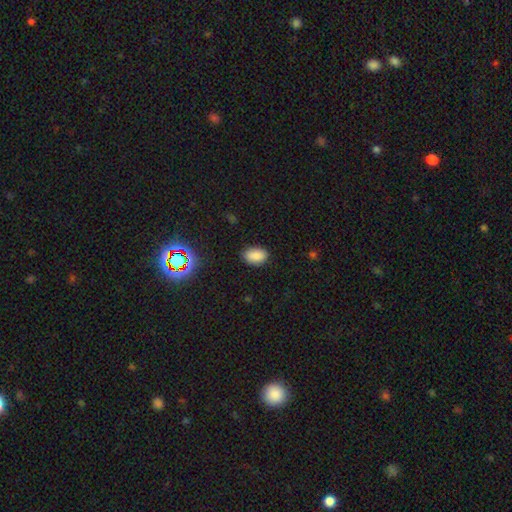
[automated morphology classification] Overall: smooth (85%). How rounded: in between (87%). Merging: none (85%).